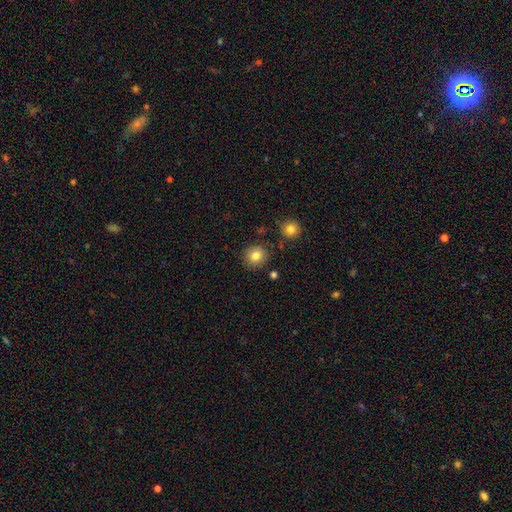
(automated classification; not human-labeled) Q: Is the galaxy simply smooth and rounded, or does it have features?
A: smooth — 82%.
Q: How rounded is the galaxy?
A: round — 88%.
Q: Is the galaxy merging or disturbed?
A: none — 86%.